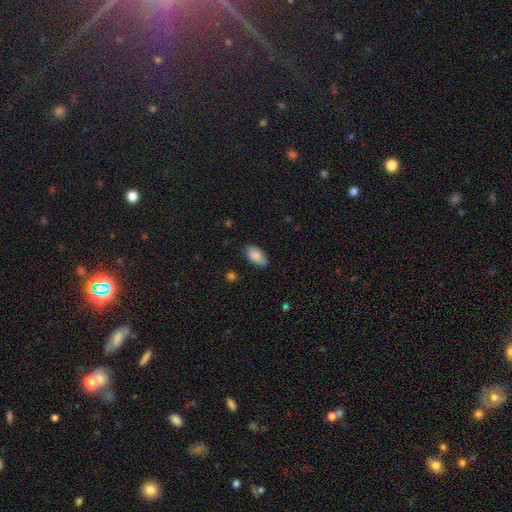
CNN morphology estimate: Q: Smooth or featured?
A: smooth (83%); runner-up: featured or disk (10%)
Q: How rounded?
A: in between (93%); runner-up: round (4%)
Q: Merging?
A: none (78%); runner-up: minor disturbance (17%)